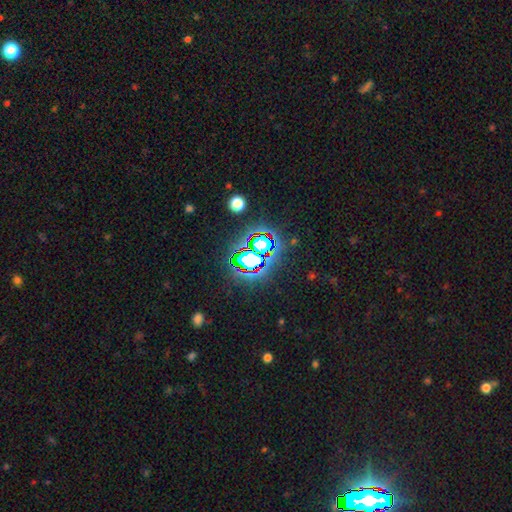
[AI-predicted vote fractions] The model was most divided on "smooth or featured": star or artifact: 79%, smooth: 12%, featured or disk: 8%.